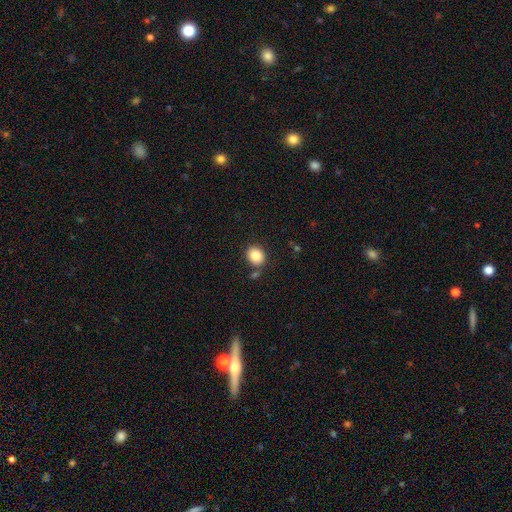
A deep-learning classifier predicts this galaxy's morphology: smooth 85%, star or artifact 9%, featured or disk 6%. Down the decision tree: how rounded — round (67%); merging — none (78%).